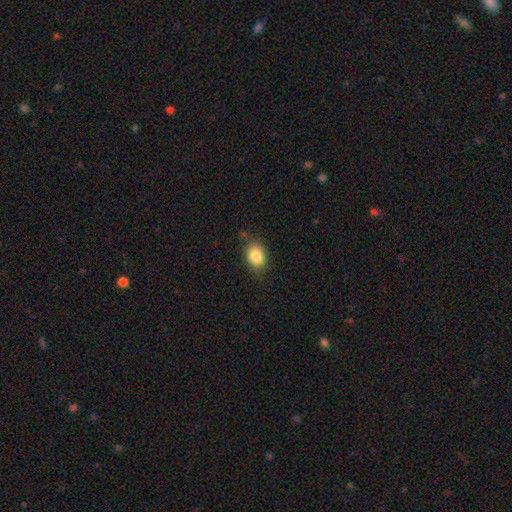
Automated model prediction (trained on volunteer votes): The model was most divided on "how rounded": in between: 61%, round: 38%, cigar-shaped: 1%. More confident: smooth or featured — smooth (85%); merging — none (78%).